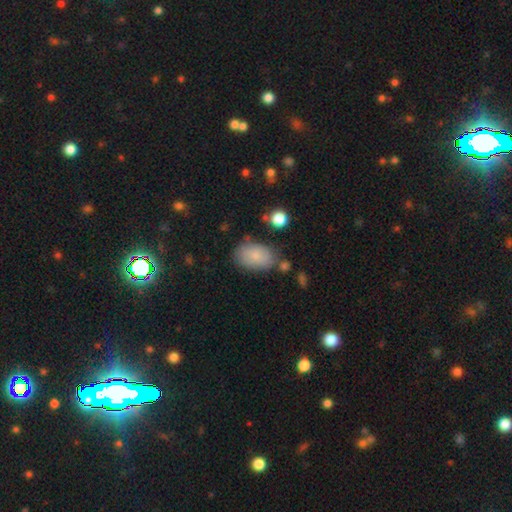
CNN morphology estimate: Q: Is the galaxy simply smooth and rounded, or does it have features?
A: smooth — 81%.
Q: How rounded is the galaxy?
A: in between — 90%.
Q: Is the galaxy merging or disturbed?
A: none — 70%.